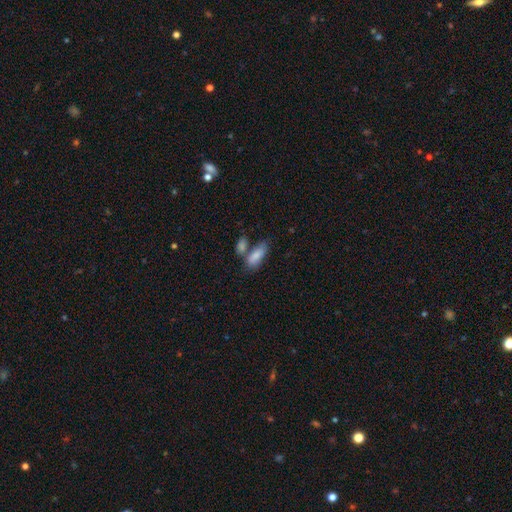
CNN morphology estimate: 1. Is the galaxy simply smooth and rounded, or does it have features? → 81% smooth, 12% featured or disk, 7% star or artifact.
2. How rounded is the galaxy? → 79% in between, 18% cigar-shaped, 3% round.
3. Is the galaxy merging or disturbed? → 42% none, 37% merger, 15% minor disturbance, 6% major disturbance.